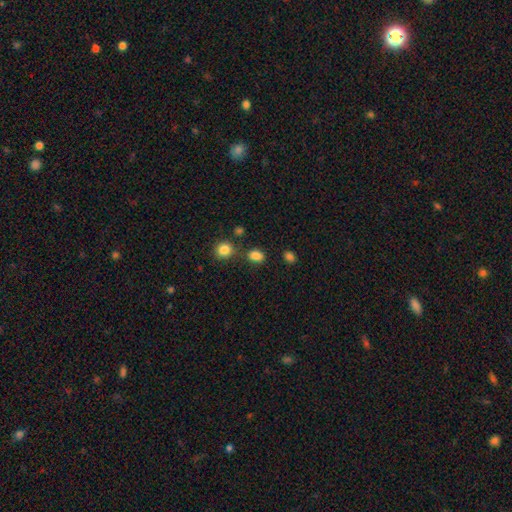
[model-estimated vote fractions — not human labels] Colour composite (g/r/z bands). It shows a smooth galaxy with no disk features (85%) that is in between round and cigar-shaped (68%). Merging: none (74%).